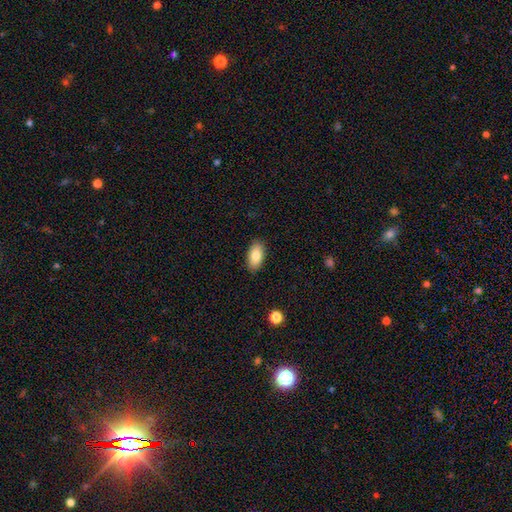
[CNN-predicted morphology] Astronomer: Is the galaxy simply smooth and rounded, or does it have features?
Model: smooth — 84%.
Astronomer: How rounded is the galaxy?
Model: in between — 92%.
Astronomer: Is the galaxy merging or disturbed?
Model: none — 89%.